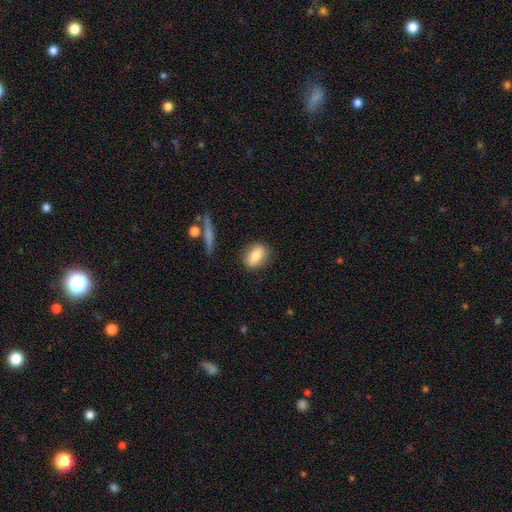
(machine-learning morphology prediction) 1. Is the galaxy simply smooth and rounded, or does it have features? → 80% smooth, 12% featured or disk, 7% star or artifact.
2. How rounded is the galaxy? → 77% in between, 18% round, 4% cigar-shaped.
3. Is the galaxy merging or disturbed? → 82% none, 12% minor disturbance, 3% major disturbance, 2% merger.